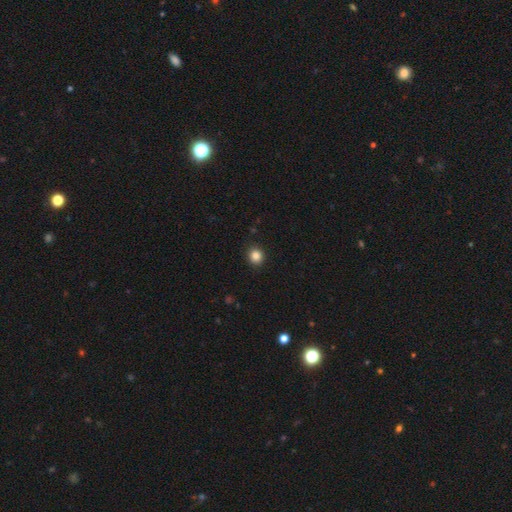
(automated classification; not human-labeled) This appears to be a smooth galaxy with no disk features (85%) that is round (84%). Merging: none (91%).